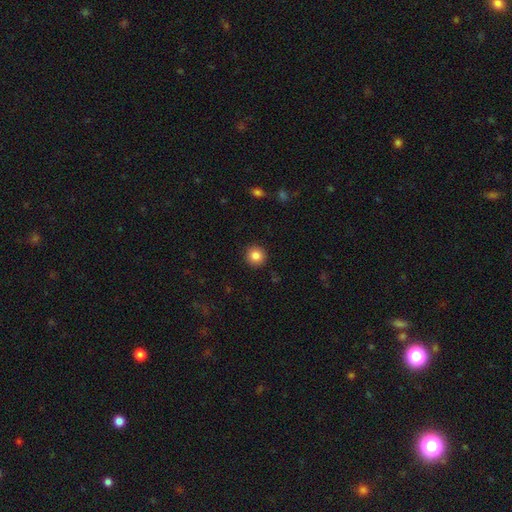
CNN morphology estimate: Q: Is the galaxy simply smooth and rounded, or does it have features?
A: smooth — 85%.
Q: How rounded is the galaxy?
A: round — 94%.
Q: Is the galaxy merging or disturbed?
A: none — 92%.